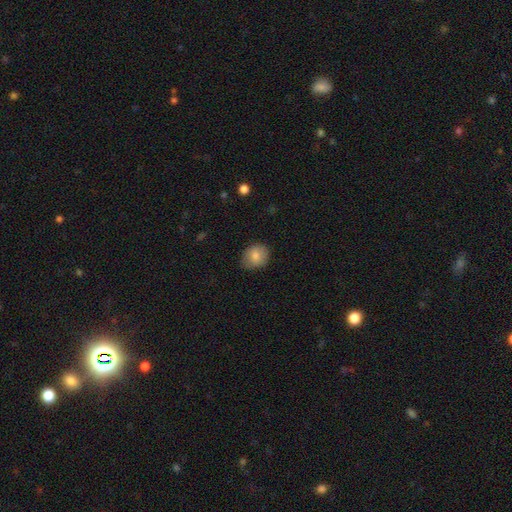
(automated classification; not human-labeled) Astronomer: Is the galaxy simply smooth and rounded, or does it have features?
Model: smooth — 81%.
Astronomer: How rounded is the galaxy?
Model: round — 54% (runner-up: in between, 45%).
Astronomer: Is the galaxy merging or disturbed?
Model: none — 77%.